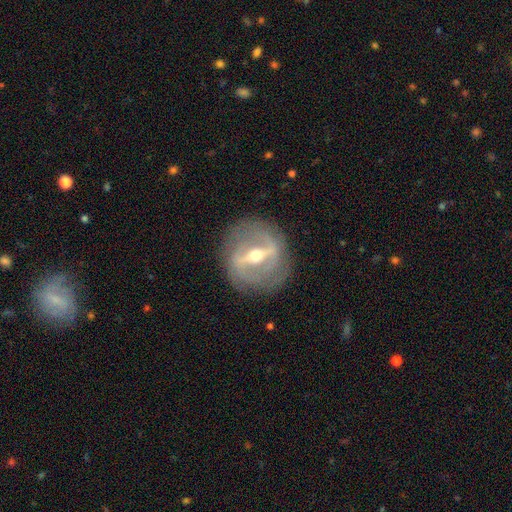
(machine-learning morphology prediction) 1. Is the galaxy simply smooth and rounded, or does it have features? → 84% featured or disk, 10% smooth, 6% star or artifact.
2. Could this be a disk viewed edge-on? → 80% no, 20% yes.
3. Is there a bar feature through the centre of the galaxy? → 78% strong, 17% weak, 5% no.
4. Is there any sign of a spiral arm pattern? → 58% yes, 42% no.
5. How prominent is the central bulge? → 67% moderate, 26% small, 5% large, 1% dominant, 1% none.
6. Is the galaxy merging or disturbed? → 84% none, 10% minor disturbance, 5% major disturbance, 1% merger.